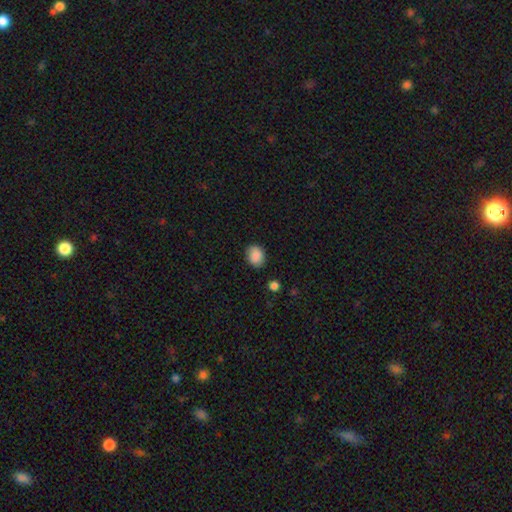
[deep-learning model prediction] A smooth galaxy with no disk features (88%) that is in between round and cigar-shaped (56%). Merging: none (83%).